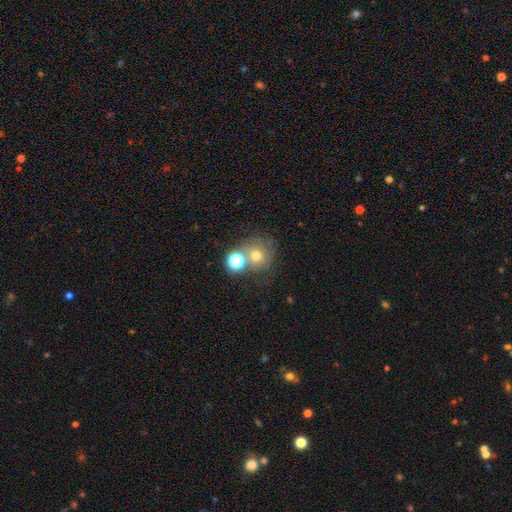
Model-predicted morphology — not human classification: type=smooth (65%); roundness=round (85%); merging=none (52%).